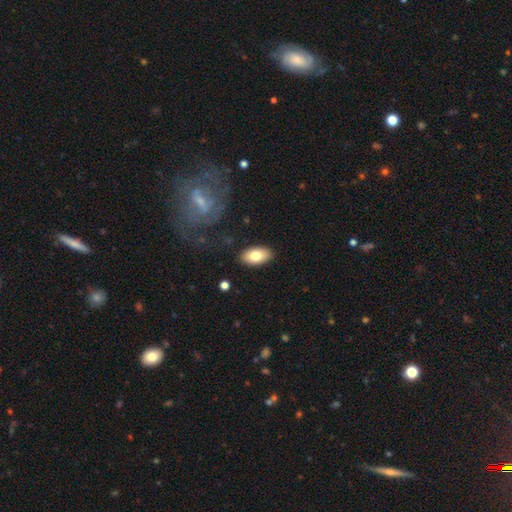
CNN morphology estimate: Overall: smooth (79%). How rounded: in between (94%). Merging: none (88%).